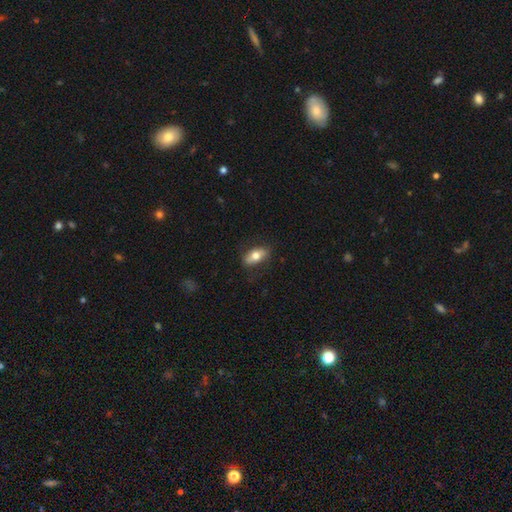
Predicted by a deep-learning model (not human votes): A smooth galaxy with no disk features (69%) that is in between round and cigar-shaped (85%).

Vote fractions:
- Smooth or featured? smooth: 69% / featured or disk: 24% / star or artifact: 7%
- How rounded? in between: 85% / cigar-shaped: 10% / round: 5%
- Merging? none: 81% / minor disturbance: 14% / major disturbance: 4% / merger: 1%